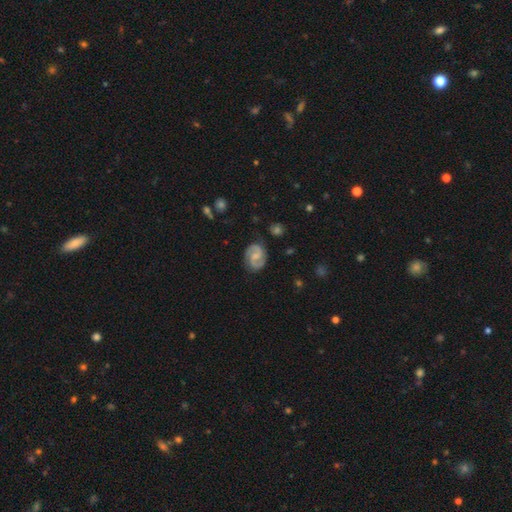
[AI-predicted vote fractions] This is clearly a featured or disk galaxy (83%). It is clearly not viewed edge-on (98%). Bar: possibly weak (49%). Spiral arm pattern: clearly yes (97%). Spiral arm count: clearly 2 (92%). Spiral winding: possibly medium (54%). Central bulge: marginally small (37%). Merging: clearly none (82%).